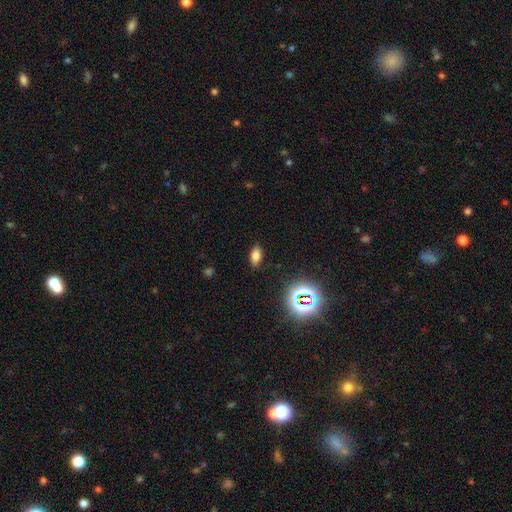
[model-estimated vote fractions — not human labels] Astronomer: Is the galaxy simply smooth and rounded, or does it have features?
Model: smooth — 74%.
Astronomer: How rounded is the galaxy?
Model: in between — 88%.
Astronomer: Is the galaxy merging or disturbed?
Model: none — 86%.